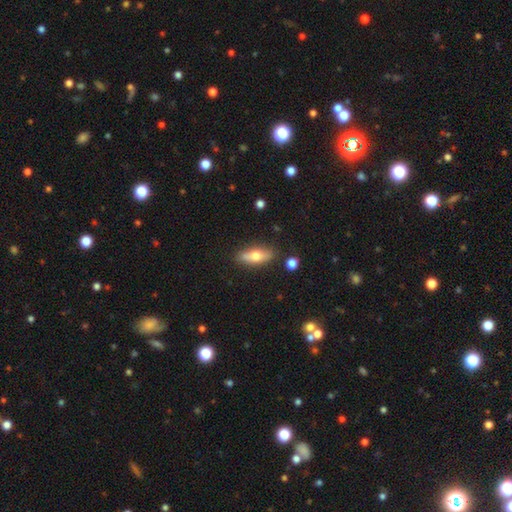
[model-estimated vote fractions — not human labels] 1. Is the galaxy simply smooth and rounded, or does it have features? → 59% smooth, 34% featured or disk, 7% star or artifact.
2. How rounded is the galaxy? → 62% in between, 34% cigar-shaped, 4% round.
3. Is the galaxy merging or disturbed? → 82% none, 12% minor disturbance, 3% merger, 3% major disturbance.